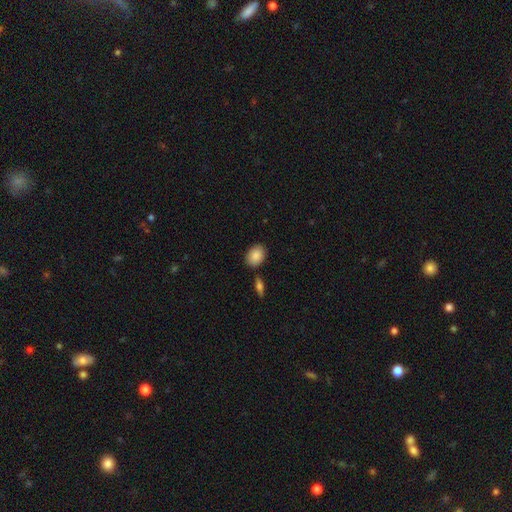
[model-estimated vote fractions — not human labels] Overall: smooth (88%). How rounded: in between (75%). Merging: none (81%).